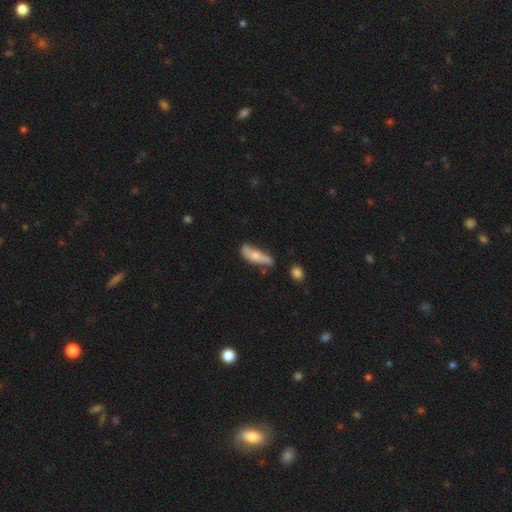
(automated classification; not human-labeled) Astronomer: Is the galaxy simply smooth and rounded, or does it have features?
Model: smooth — 57% (runner-up: featured or disk, 37%).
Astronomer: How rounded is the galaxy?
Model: cigar-shaped — 51% (runner-up: in between, 47%).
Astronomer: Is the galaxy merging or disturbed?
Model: none — 45% (runner-up: minor disturbance, 32%).